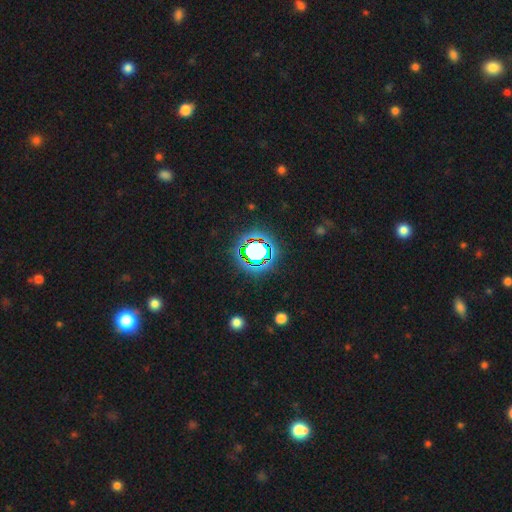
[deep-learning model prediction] smooth_or_featured: star or artifact (p=0.75) [alt: smooth p=0.16]